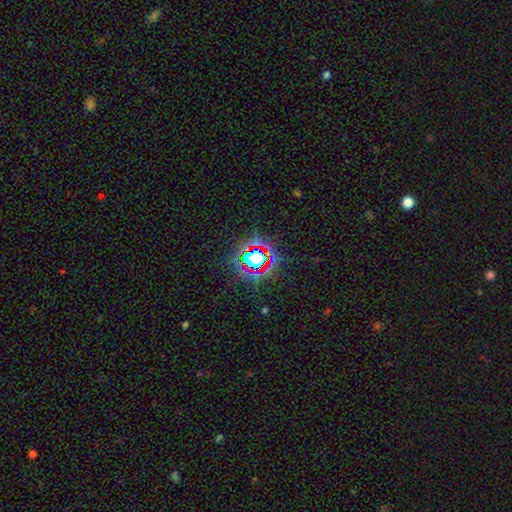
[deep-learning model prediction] smooth_or_featured: star or artifact (p=0.69) [alt: smooth p=0.20]